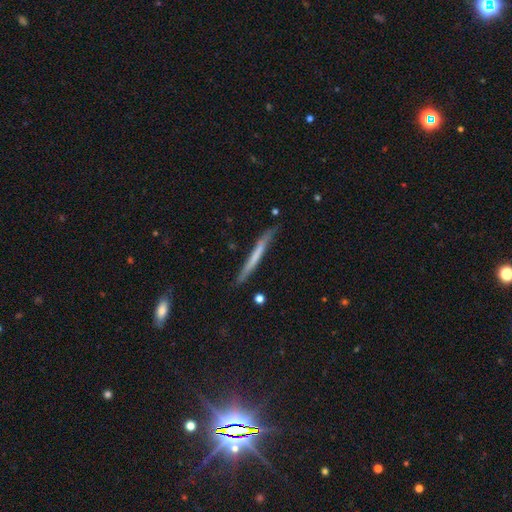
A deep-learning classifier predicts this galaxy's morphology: Overall: smooth (51%; featured or disk 43%). How rounded: cigar-shaped (97%). Merging: none (81%).